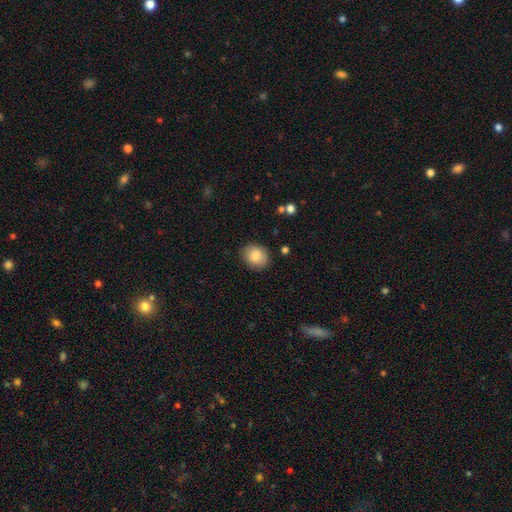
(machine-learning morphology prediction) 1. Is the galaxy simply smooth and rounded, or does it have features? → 85% smooth, 8% star or artifact, 7% featured or disk.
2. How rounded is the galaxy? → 58% round, 41% in between, 1% cigar-shaped.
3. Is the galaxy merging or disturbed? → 85% none, 11% minor disturbance, 3% major disturbance, 1% merger.